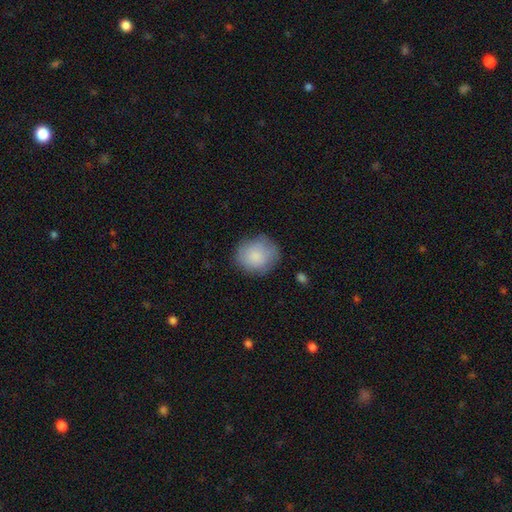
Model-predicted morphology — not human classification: Overall: smooth (83%). How rounded: round (77%). Merging: none (72%).